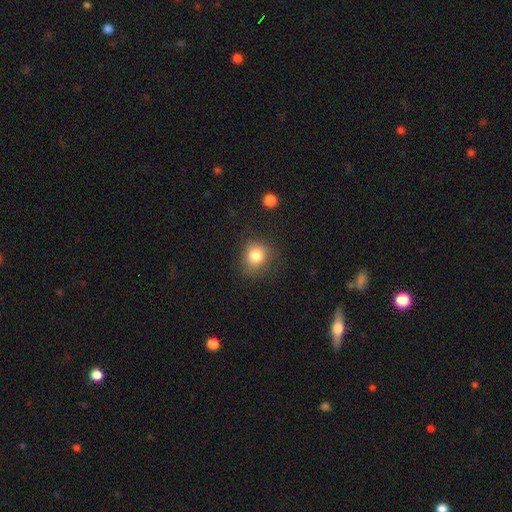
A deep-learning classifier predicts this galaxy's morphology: smooth_or_featured: smooth (p=0.82) [alt: star or artifact p=0.11]
how_rounded: round (p=0.74) [alt: in between p=0.25]
merging: none (p=0.73) [alt: minor disturbance p=0.19]